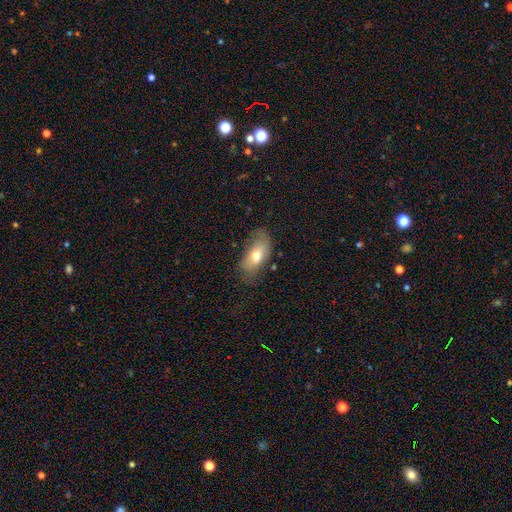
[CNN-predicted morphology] type=smooth (67%); roundness=in between (89%); merging=none (63%).